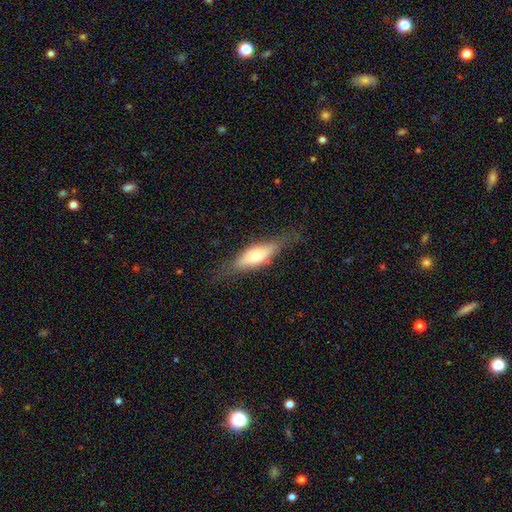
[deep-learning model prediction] This is possibly a smooth galaxy (52%). How rounded: possibly in between (55%). Merging: likely none (70%).